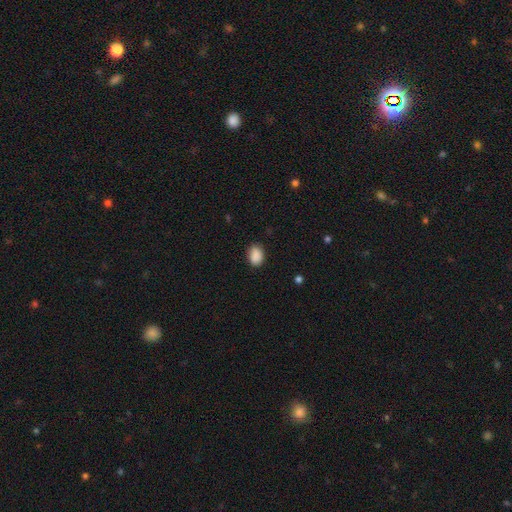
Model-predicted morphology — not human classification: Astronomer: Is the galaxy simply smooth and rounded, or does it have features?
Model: smooth — 89%.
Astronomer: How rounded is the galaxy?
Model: in between — 77%.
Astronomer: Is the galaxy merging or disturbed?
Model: none — 83%.